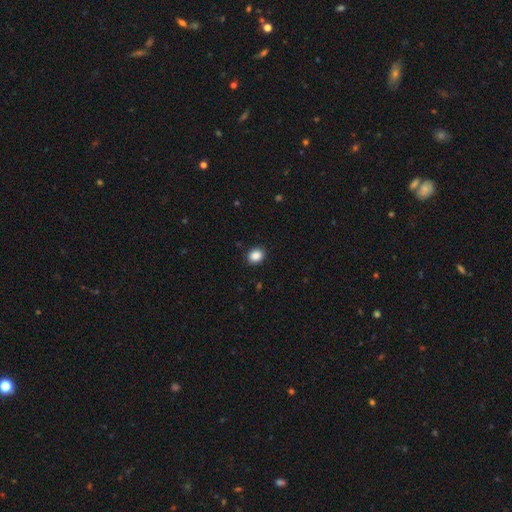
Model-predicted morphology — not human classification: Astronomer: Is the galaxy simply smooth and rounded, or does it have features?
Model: smooth — 88%.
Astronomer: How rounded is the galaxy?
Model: round — 51% (runner-up: in between, 48%).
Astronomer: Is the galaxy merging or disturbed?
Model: none — 89%.